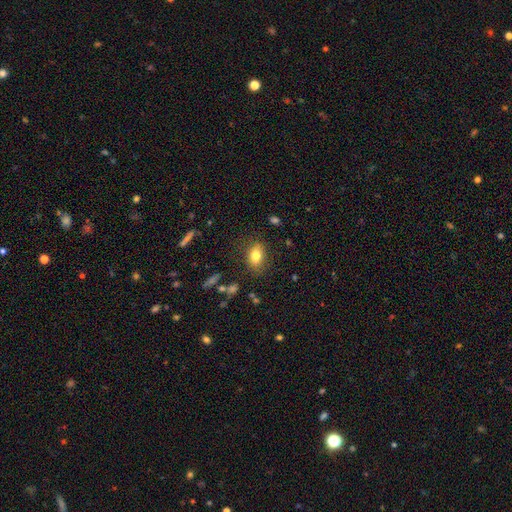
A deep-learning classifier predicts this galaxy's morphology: Overall: smooth (79%). How rounded: in between (81%). Merging: none (82%).